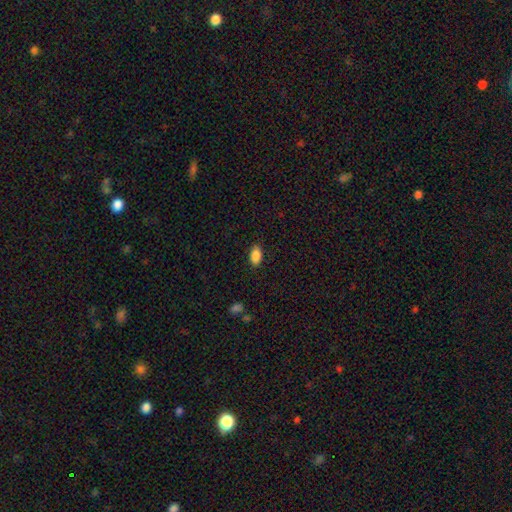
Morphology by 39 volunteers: Smooth or featured? smooth (85%)
How rounded? in between (94%)
Merging? none (80%)